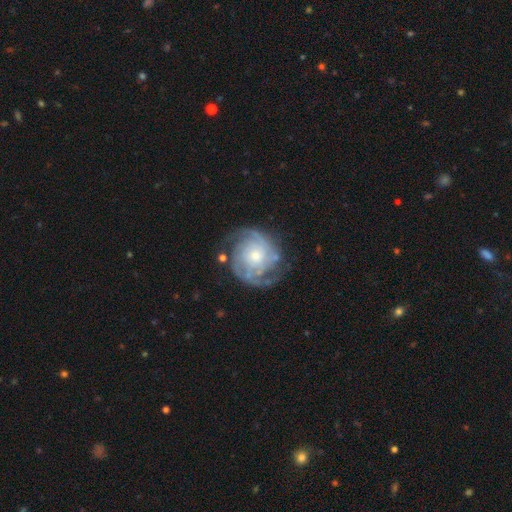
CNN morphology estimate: Overall: featured or disk (86%). Edge-on disk: no (98%). Bar: no (77%). Spiral arms: yes (96%). Spiral arm count: 2 (54%; 3 16%). Spiral winding: tight (54%; medium 36%). Bulge size: small (55%; moderate 38%). Merging: none (70%).